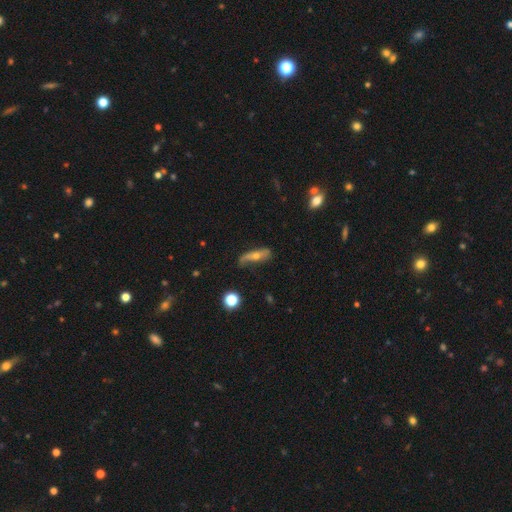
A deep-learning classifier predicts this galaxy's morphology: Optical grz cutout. It shows a featured or disk galaxy (55%) viewed edge-on (53%). Merging: none (54%).